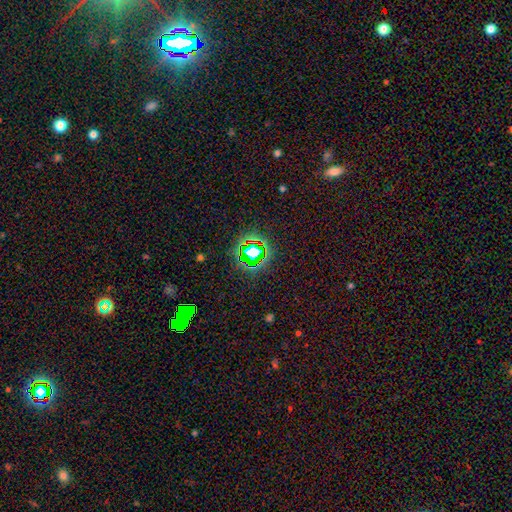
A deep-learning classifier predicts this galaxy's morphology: A star or artifact, not a galaxy (70%).